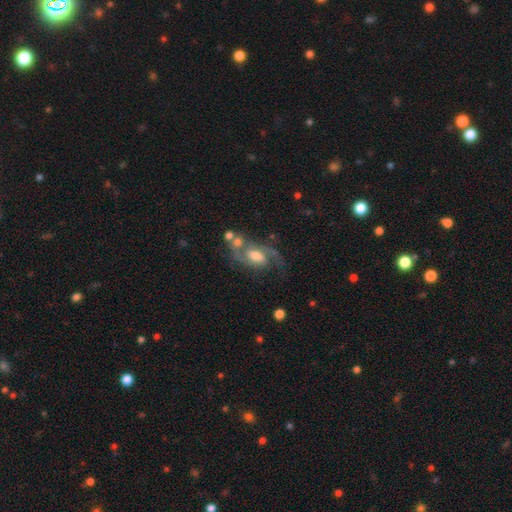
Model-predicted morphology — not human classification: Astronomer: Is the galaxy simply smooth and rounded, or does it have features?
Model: featured or disk — 82%.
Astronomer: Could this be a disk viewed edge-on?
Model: no — 96%.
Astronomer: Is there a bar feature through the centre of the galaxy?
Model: weak — 45% (runner-up: no, 42%).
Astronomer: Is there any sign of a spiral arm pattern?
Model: yes — 95%.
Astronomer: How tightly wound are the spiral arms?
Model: medium — 53% (runner-up: loose, 30%).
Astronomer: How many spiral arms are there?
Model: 2 — 84%.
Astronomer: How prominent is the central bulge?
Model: moderate — 55%.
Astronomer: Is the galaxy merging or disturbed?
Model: none — 54%.